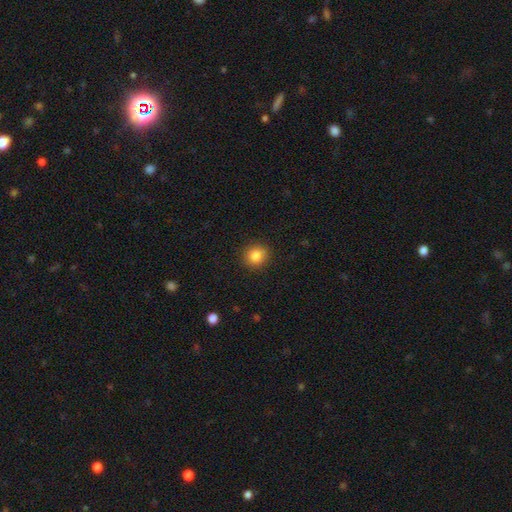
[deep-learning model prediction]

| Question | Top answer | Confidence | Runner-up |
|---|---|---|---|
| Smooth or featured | smooth | 84% | star or artifact (11%) |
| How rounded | round | 89% | in between (10%) |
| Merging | none | 90% | minor disturbance (7%) |